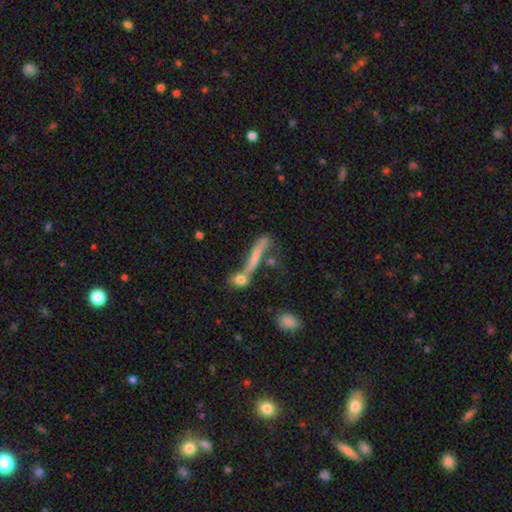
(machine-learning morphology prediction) smooth_or_featured: smooth (p=0.55) [alt: featured or disk p=0.34]
how_rounded: cigar-shaped (p=0.82) [alt: in between p=0.14]
merging: merger (p=0.38) [alt: none p=0.35]